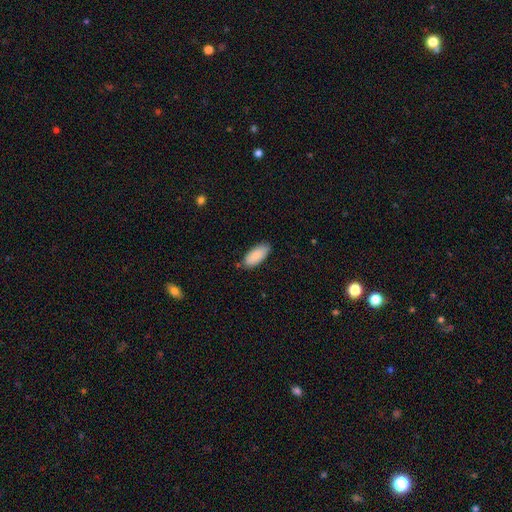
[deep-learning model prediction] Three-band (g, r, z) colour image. It shows a smooth galaxy with no disk features (85%) that is in between round and cigar-shaped (88%). Merging: none (80%).